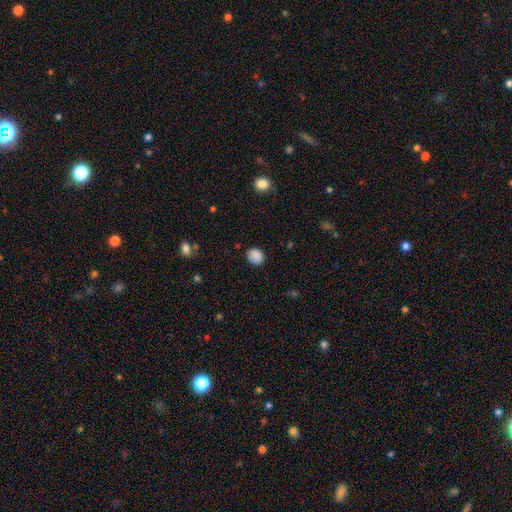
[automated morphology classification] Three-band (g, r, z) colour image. It shows a smooth galaxy with no disk features (86%) that is round (69%). Merging: none (82%).